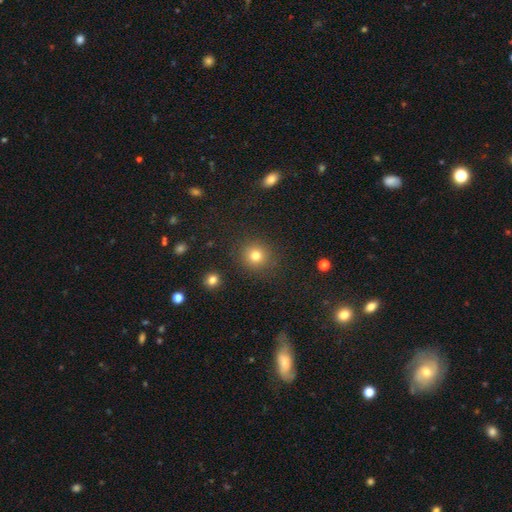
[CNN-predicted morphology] smooth 80%, star or artifact 14%, featured or disk 6%. Down the decision tree: how rounded — round (92%); merging — none (88%).